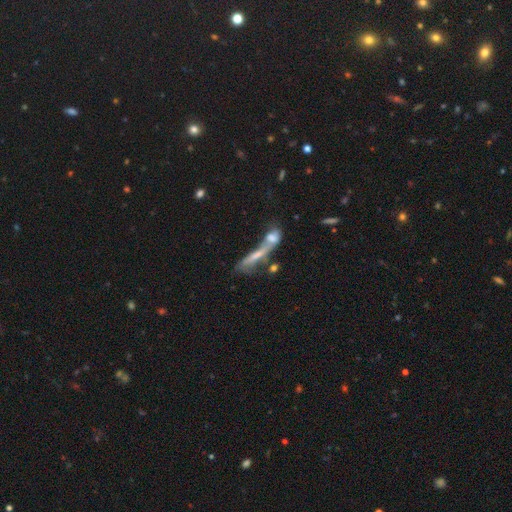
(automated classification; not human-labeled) Smooth or featured: smooth — 50% (featured or disk — 40%)
How rounded: cigar-shaped — 70% (in between — 25%)
Merging: merger — 58% (none — 18%)